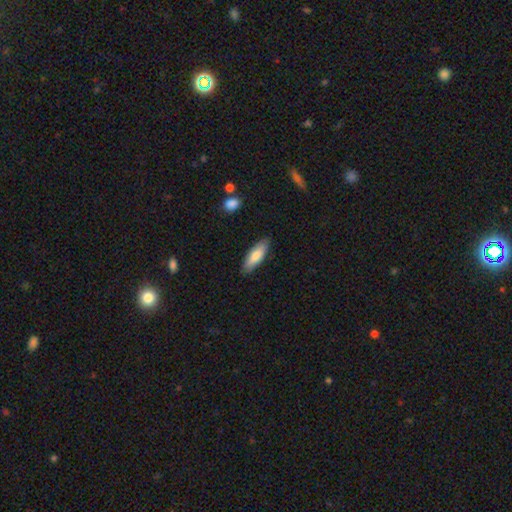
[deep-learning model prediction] Q: Smooth or featured?
A: smooth (78%); runner-up: featured or disk (16%)
Q: How rounded?
A: in between (52%); runner-up: cigar-shaped (47%)
Q: Merging?
A: none (87%); runner-up: minor disturbance (10%)